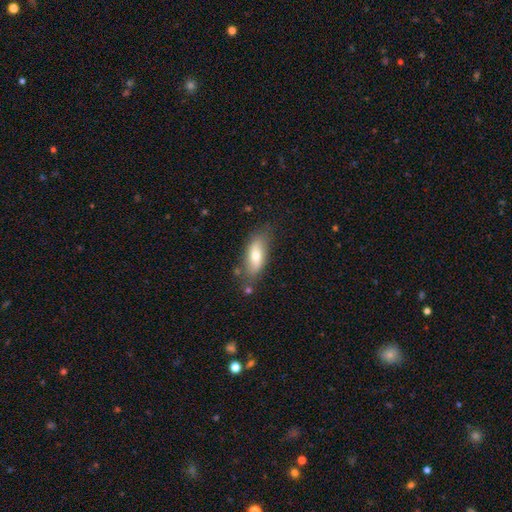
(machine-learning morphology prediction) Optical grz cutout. It shows a smooth galaxy with no disk features (63%) that is in between round and cigar-shaped (76%). Merging: none (73%).